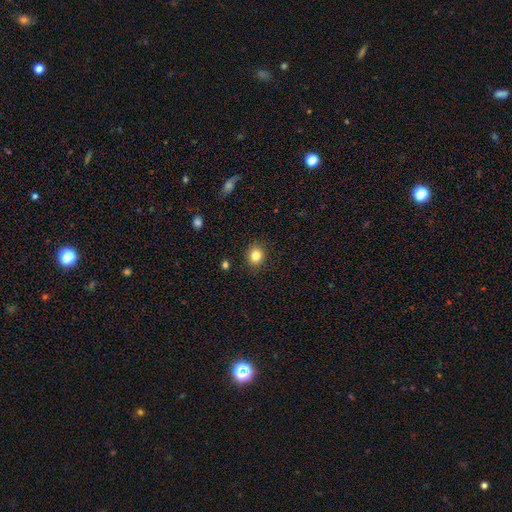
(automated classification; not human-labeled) Overall: smooth (83%). How rounded: round (78%). Merging: none (90%).